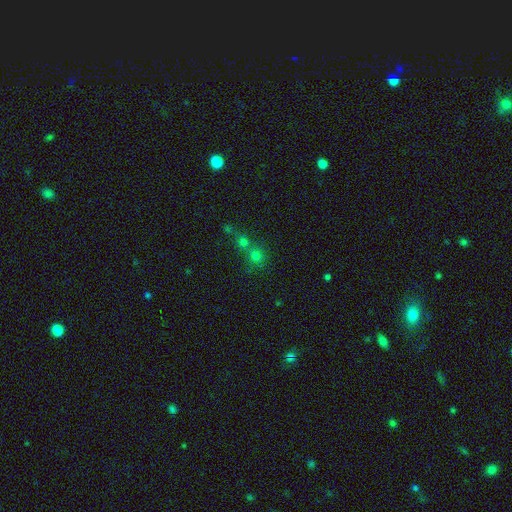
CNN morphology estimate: smooth 60%, star or artifact 28%, featured or disk 12%. Down the decision tree: how rounded — round (88%); merging — none (45%, tied with merger).